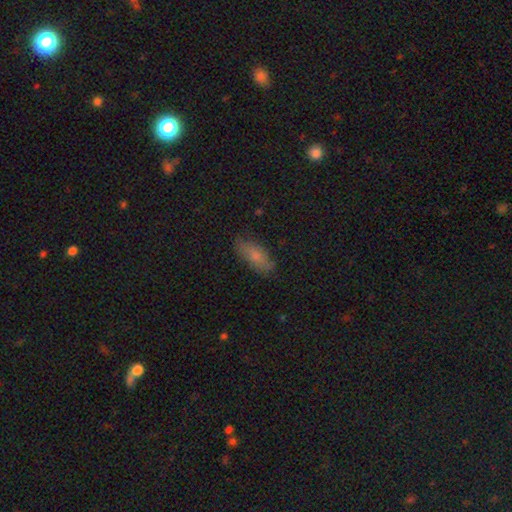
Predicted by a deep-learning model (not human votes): Overall: smooth (75%). How rounded: in between (79%). Merging: none (78%).